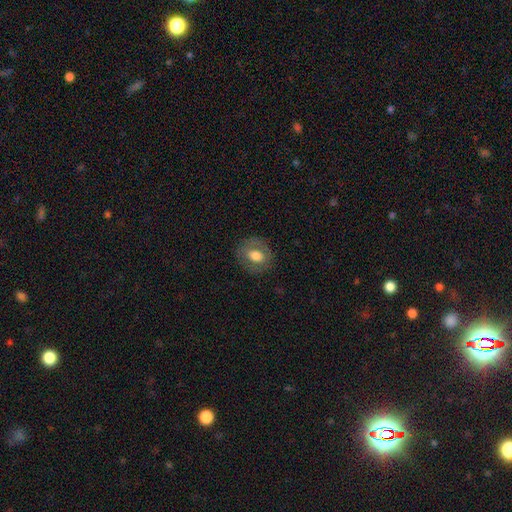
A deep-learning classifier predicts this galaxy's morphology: A smooth galaxy with no disk features (62%) that is round (56%).

Vote fractions:
- Smooth or featured? smooth: 62% / featured or disk: 30% / star or artifact: 8%
- How rounded? round: 56% / in between: 42% / cigar-shaped: 1%
- Merging? none: 80% / minor disturbance: 13% / major disturbance: 6% / merger: 1%